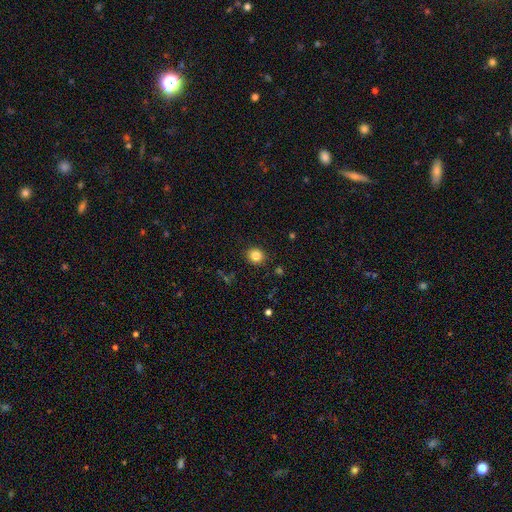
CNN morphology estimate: A smooth galaxy with no disk features (83%) that is round (84%).

Vote fractions:
- Smooth or featured? smooth: 83% / star or artifact: 12% / featured or disk: 5%
- How rounded? round: 84% / in between: 15% / cigar-shaped: 1%
- Merging? none: 89% / minor disturbance: 7% / major disturbance: 2% / merger: 1%